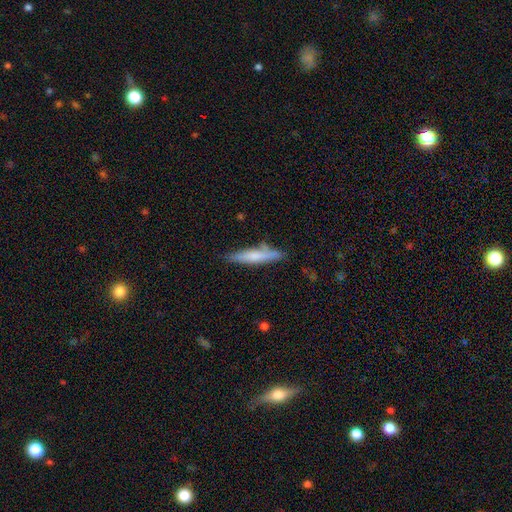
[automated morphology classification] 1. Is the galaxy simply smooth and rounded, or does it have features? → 63% smooth, 31% featured or disk, 6% star or artifact.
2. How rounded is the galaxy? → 87% cigar-shaped, 11% in between, 1% round.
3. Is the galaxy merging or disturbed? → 75% none, 17% minor disturbance, 5% merger, 3% major disturbance.